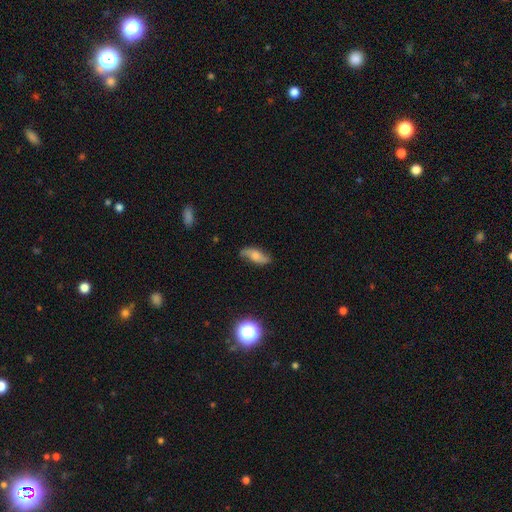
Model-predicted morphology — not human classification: This is possibly a featured or disk galaxy (49%). Merging: likely none (75%).